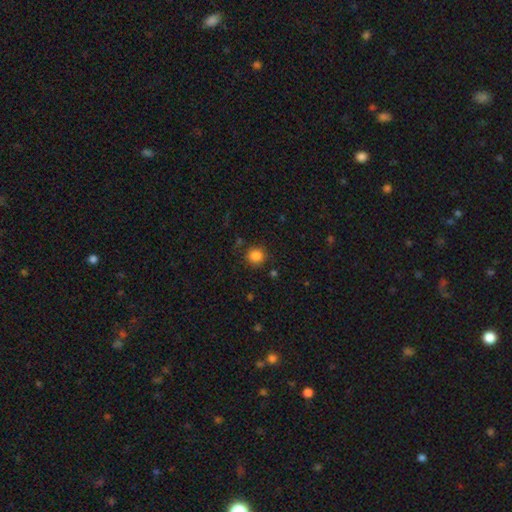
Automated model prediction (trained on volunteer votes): A smooth galaxy with no disk features (84%) that is round (91%).

Vote fractions:
- Smooth or featured? smooth: 84% / star or artifact: 12% / featured or disk: 4%
- How rounded? round: 91% / in between: 8% / cigar-shaped: 1%
- Merging? none: 86% / minor disturbance: 9% / major disturbance: 3% / merger: 2%